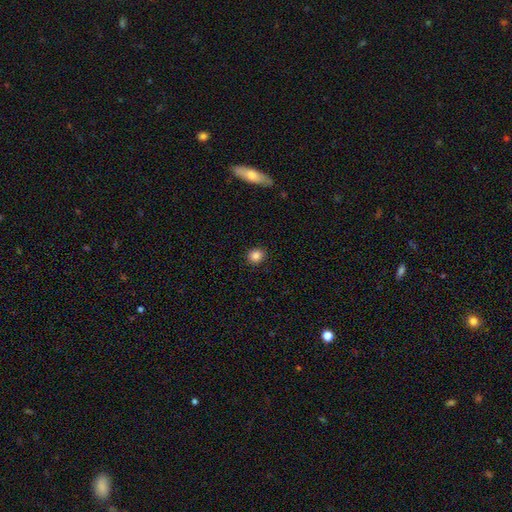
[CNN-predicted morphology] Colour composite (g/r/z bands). It shows a smooth galaxy with no disk features (85%) that is round (82%). Merging: none (90%).